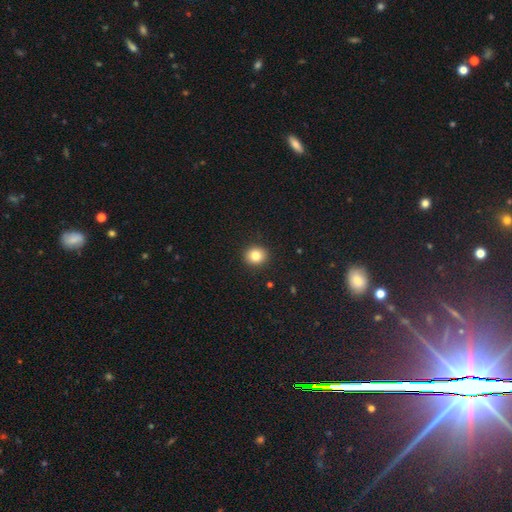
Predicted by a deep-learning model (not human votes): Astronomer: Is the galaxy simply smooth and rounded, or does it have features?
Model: smooth — 83%.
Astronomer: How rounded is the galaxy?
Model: round — 83%.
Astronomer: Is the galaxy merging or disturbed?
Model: none — 92%.